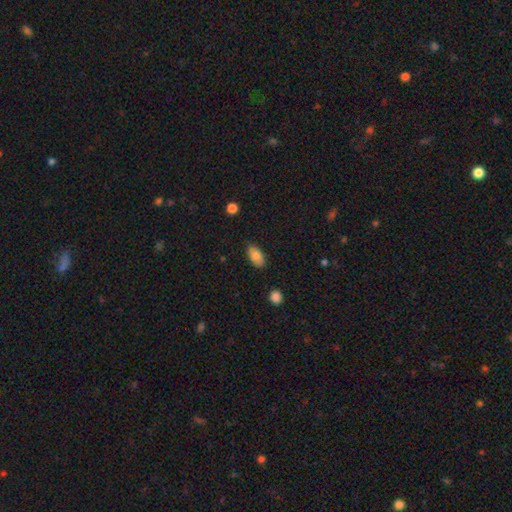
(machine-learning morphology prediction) A smooth galaxy with no disk features (80%) that is in between round and cigar-shaped (92%). Merging: none (82%).